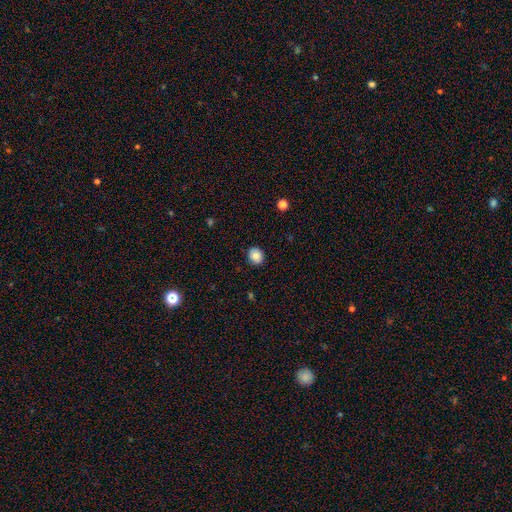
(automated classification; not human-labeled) smooth-or-featured: smooth: 84% | star or artifact: 9% | featured or disk: 7%
  how-rounded: round: 78% | in between: 21% | cigar-shaped: 1%
  merging: none: 88% | minor disturbance: 9% | major disturbance: 2% | merger: 1%